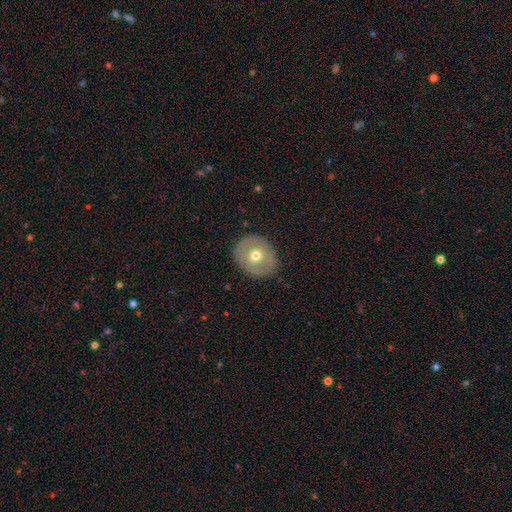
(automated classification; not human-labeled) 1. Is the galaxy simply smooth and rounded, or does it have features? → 52% smooth, 40% featured or disk, 8% star or artifact.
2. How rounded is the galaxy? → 72% round, 27% in between, 1% cigar-shaped.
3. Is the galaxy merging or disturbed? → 86% none, 10% minor disturbance, 3% major disturbance, 1% merger.